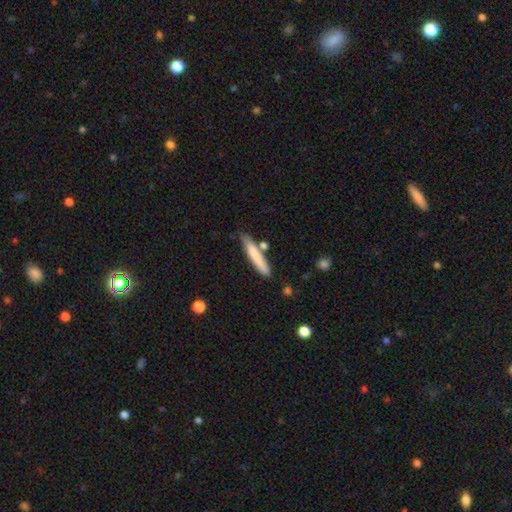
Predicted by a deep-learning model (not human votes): The model was most divided on "smooth or featured": smooth: 77%, featured or disk: 17%, star or artifact: 6%. More confident: how rounded — cigar-shaped (92%); merging — none (76%).